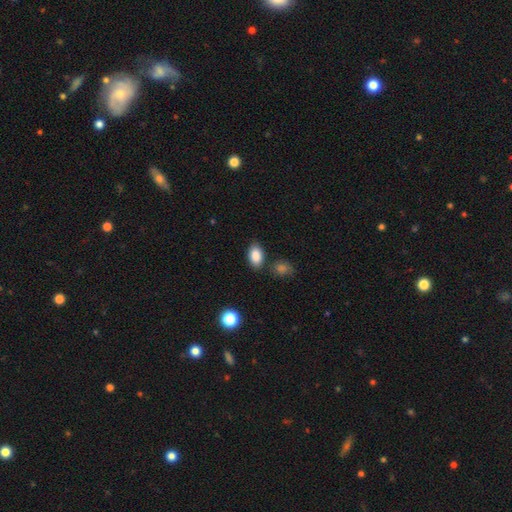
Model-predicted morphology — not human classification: A smooth galaxy with no disk features (88%) that is in between round and cigar-shaped (90%).

Vote fractions:
- Smooth or featured? smooth: 88% / star or artifact: 8% / featured or disk: 5%
- How rounded? in between: 90% / round: 8% / cigar-shaped: 2%
- Merging? none: 79% / minor disturbance: 13% / merger: 5% / major disturbance: 3%